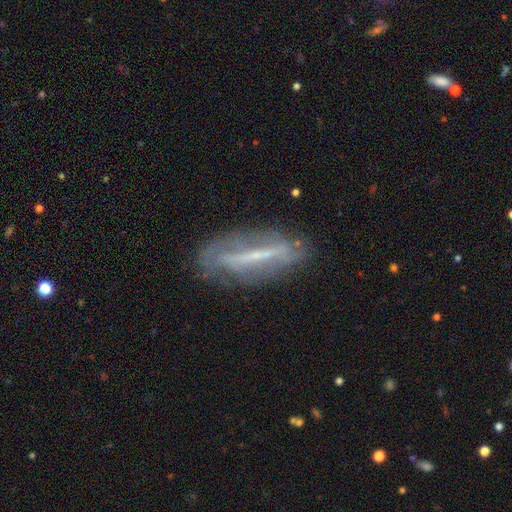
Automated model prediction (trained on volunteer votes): Morphology: type=featured or disk (70%); edge-on=no (61%); merging=none (73%).